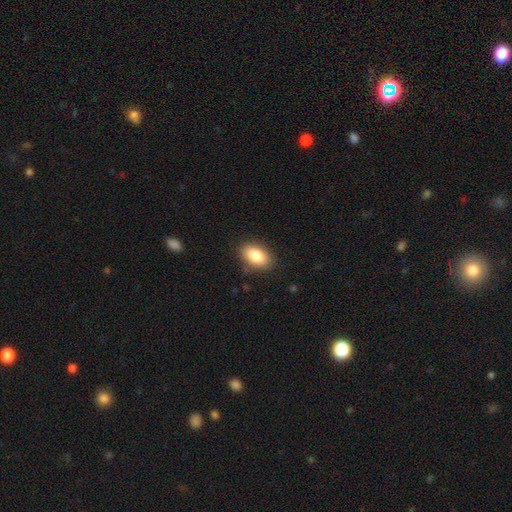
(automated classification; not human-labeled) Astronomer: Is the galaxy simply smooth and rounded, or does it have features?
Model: smooth — 85%.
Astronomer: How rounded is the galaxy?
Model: in between — 92%.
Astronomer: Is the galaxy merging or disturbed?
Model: none — 86%.